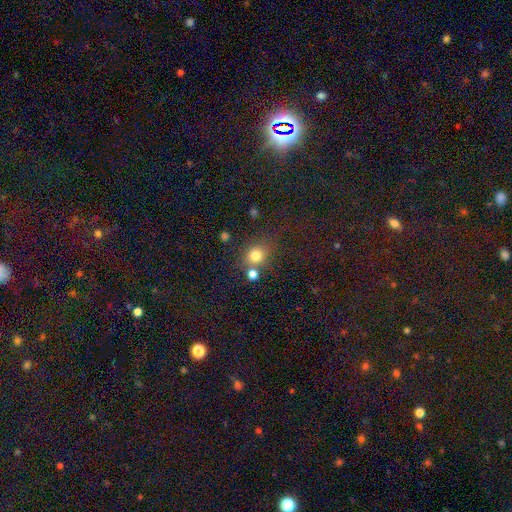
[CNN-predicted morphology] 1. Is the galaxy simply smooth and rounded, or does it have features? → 77% smooth, 15% star or artifact, 8% featured or disk.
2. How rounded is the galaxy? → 75% round, 24% in between, 1% cigar-shaped.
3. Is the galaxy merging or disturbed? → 63% none, 20% merger, 12% minor disturbance, 5% major disturbance.